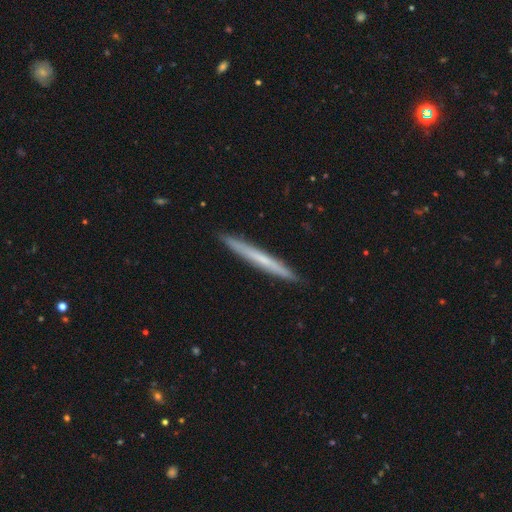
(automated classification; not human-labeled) A featured or disk galaxy (47%). Merging: none (91%).